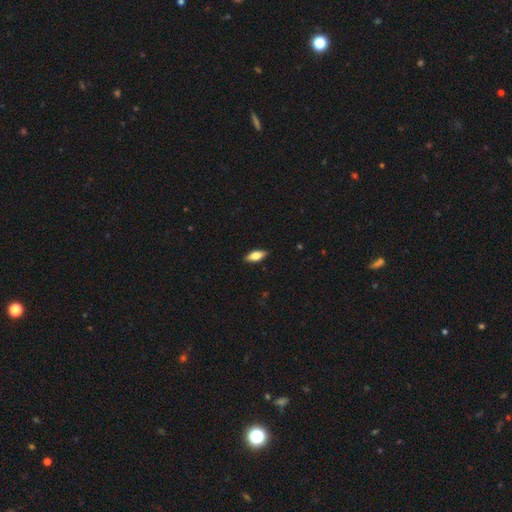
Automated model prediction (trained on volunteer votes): Smooth or featured? smooth (71%)
How rounded? in between (80%)
Merging? none (88%)